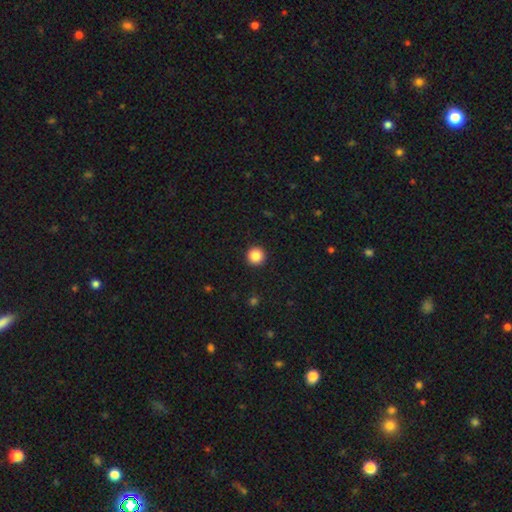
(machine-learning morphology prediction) Q: Smooth or featured?
A: smooth (87%); runner-up: star or artifact (10%)
Q: How rounded?
A: round (96%); runner-up: in between (3%)
Q: Merging?
A: none (93%); runner-up: minor disturbance (4%)